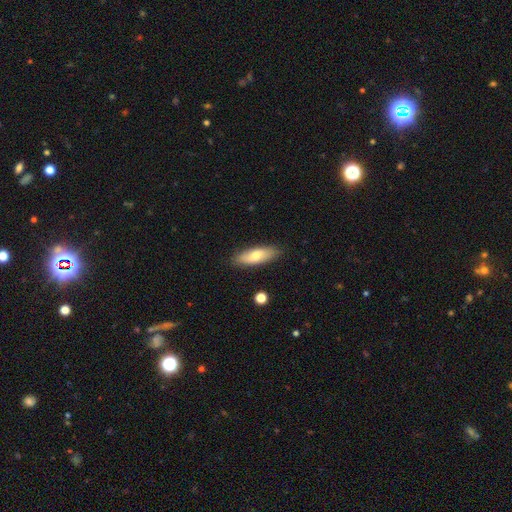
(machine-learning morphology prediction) Q: Smooth or featured?
A: smooth (72%); runner-up: featured or disk (22%)
Q: How rounded?
A: in between (60%); runner-up: cigar-shaped (38%)
Q: Merging?
A: none (86%); runner-up: minor disturbance (10%)